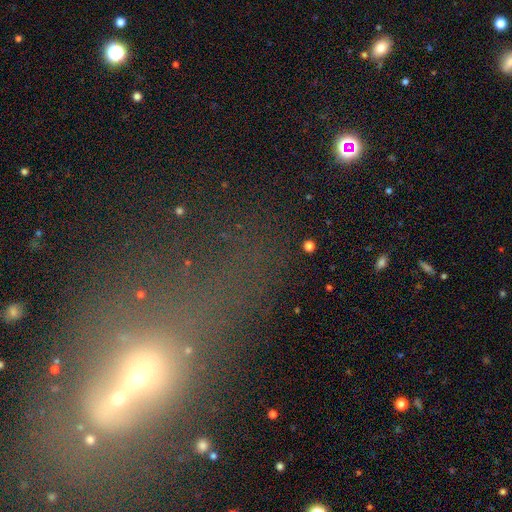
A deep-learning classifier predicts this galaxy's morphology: star or artifact 49%, smooth 31%, featured or disk 20%.